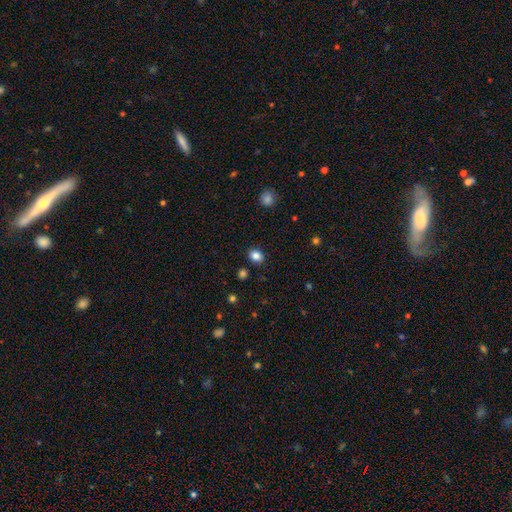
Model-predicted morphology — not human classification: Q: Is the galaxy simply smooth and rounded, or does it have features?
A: smooth — 84%.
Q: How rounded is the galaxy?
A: round — 57%.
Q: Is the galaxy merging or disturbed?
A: none — 88%.